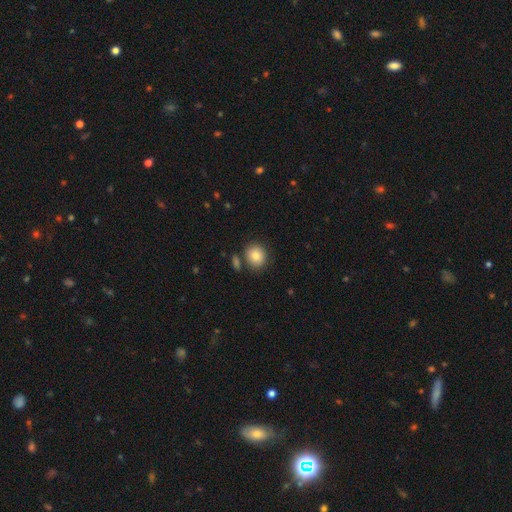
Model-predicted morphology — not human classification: smooth 84%, star or artifact 9%, featured or disk 7%. Down the decision tree: how rounded — round (77%); merging — none (78%).